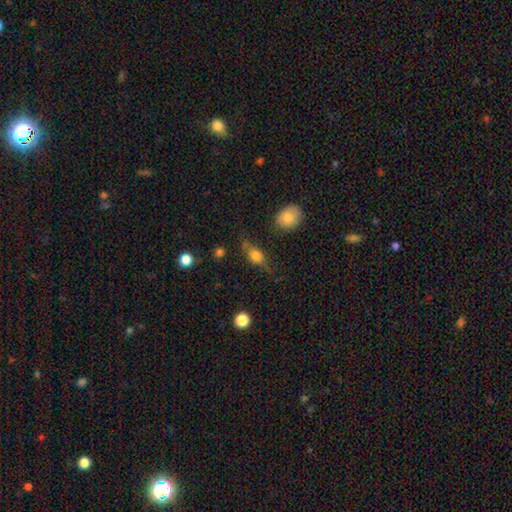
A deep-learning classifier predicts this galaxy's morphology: smooth-or-featured: smooth: 74% | featured or disk: 17% | star or artifact: 10%
  how-rounded: in between: 71% | round: 20% | cigar-shaped: 9%
  merging: none: 63% | minor disturbance: 24% | major disturbance: 9% | merger: 4%